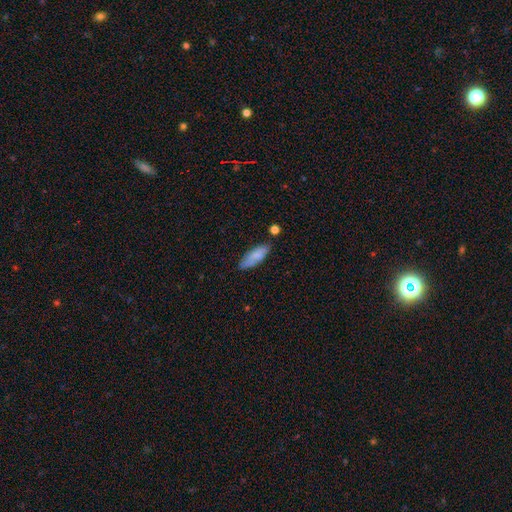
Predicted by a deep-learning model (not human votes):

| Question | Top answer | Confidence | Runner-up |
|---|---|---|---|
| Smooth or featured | smooth | 77% | featured or disk (16%) |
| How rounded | in between | 65% | cigar-shaped (33%) |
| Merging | none | 70% | minor disturbance (21%) |